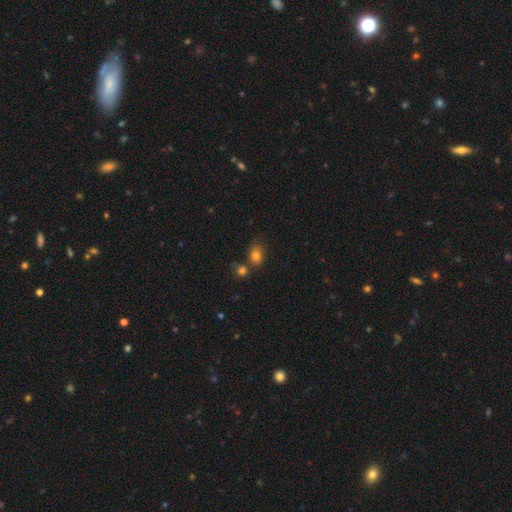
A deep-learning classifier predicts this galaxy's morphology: smooth 79%, star or artifact 11%, featured or disk 10%. Down the decision tree: how rounded — in between (60%); merging — none (50%).